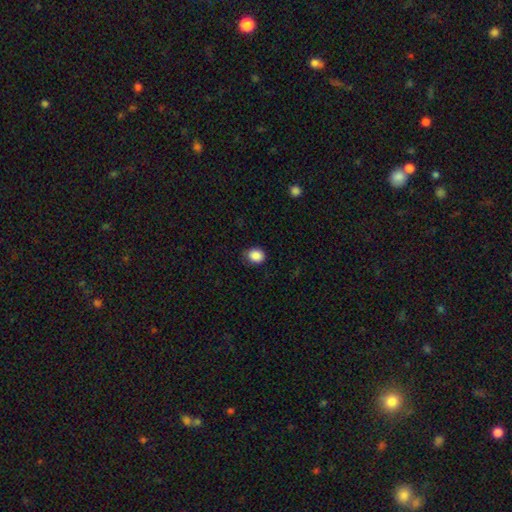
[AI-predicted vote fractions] Overall: smooth (88%). How rounded: round (62%; in between 37%). Merging: none (79%).